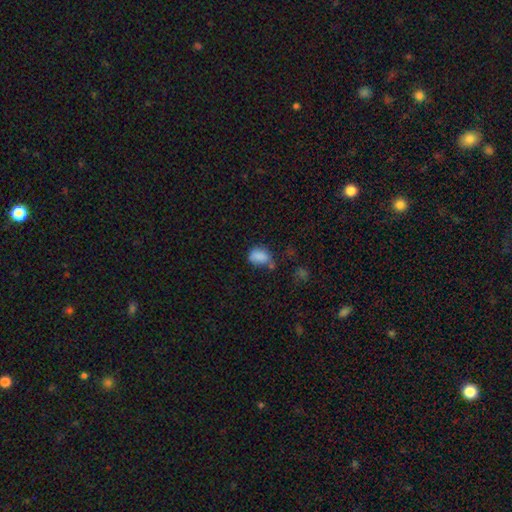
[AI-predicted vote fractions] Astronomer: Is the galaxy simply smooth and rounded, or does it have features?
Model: smooth — 81%.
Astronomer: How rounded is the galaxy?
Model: in between — 79%.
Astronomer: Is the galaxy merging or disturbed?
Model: none — 42% (runner-up: minor disturbance, 31%).